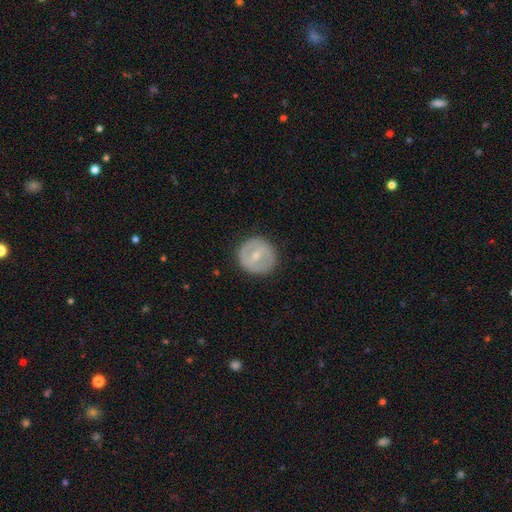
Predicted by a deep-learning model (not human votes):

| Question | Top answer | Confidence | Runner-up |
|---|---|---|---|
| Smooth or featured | featured or disk | 53% | smooth (41%) |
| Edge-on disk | no | 95% | yes (5%) |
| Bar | weak | 43% | strong (32%) |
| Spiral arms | no | 75% | yes (25%) |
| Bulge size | small | 54% | moderate (41%) |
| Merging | none | 87% | minor disturbance (9%) |